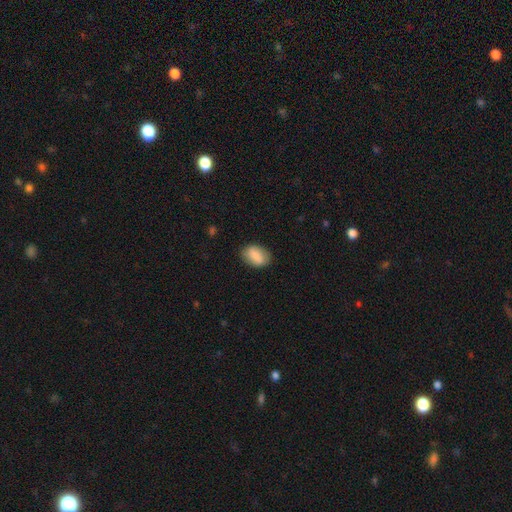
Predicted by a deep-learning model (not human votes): This is clearly a smooth galaxy (85%). How rounded: clearly in between (87%). Merging: likely none (80%).